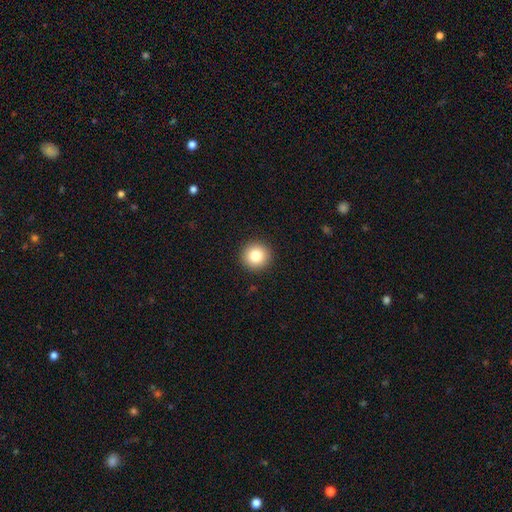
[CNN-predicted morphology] The model was most divided on "smooth or featured": smooth: 83%, star or artifact: 10%, featured or disk: 7%. More confident: how rounded — round (96%); merging — none (93%).